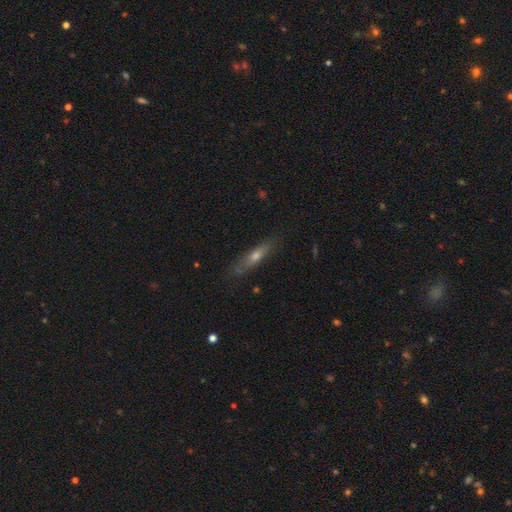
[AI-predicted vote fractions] Smooth or featured? Predicted: featured or disk (p=0.49). Merging? Predicted: none (p=0.79).